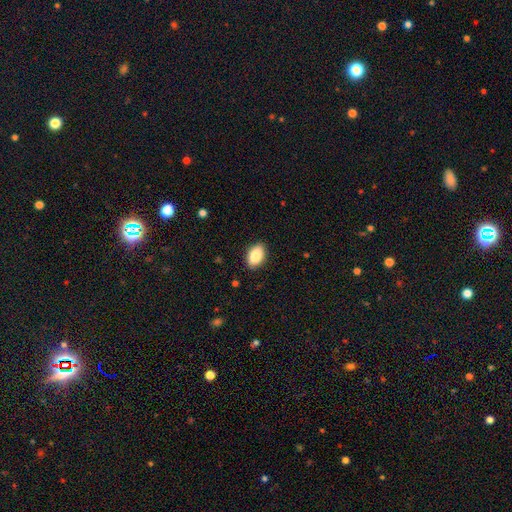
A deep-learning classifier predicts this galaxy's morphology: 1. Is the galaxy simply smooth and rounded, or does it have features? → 87% smooth, 7% star or artifact, 6% featured or disk.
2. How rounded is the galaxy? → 91% in between, 7% round, 1% cigar-shaped.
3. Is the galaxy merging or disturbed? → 88% none, 9% minor disturbance, 2% major disturbance, 1% merger.